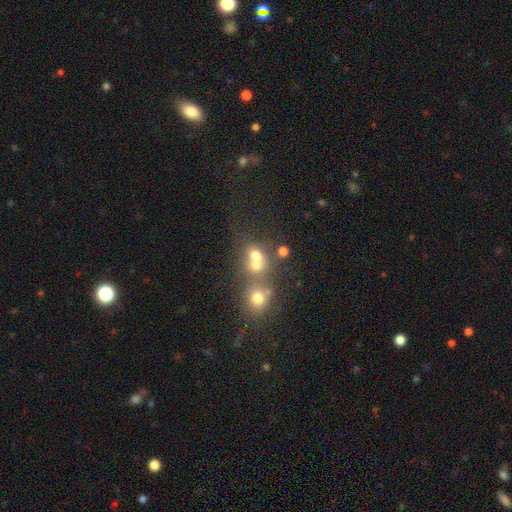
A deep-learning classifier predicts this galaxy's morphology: smooth_or_featured: smooth (p=0.67) [alt: star or artifact p=0.17]
how_rounded: round (p=0.73) [alt: in between p=0.26]
merging: merger (p=0.53) [alt: none p=0.34]